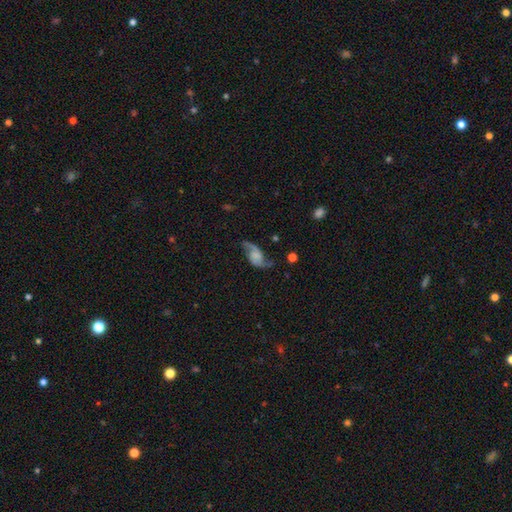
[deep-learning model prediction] smooth_or_featured: featured or disk (p=0.86) [alt: smooth p=0.08]
disk_edge_on: no (p=0.96) [alt: yes p=0.04]
bar: no (p=0.59) [alt: weak p=0.32]
has_spiral_arms: yes (p=0.96) [alt: no p=0.04]
spiral_winding: loose (p=0.68) [alt: medium p=0.26]
spiral_arm_count: 2 (p=0.93) [alt: 1 p=0.02]
bulge_size: none (p=0.43) [alt: small p=0.27]
merging: none (p=0.72) [alt: minor disturbance p=0.17]